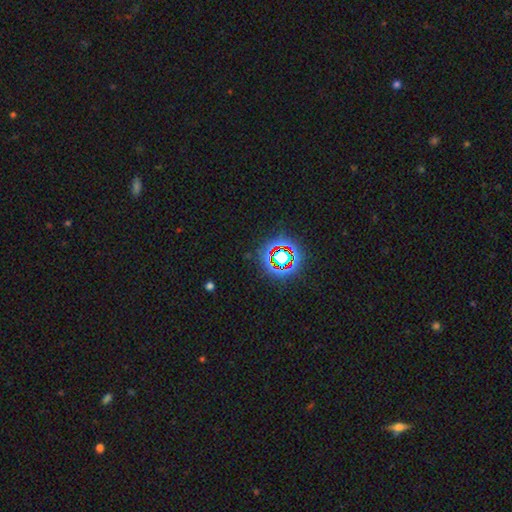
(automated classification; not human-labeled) smooth-or-featured: star or artifact: 79% | smooth: 12% | featured or disk: 9%